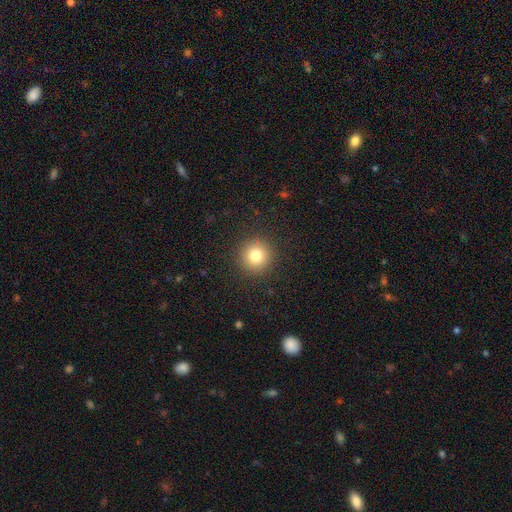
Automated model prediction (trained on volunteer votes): smooth_or_featured: smooth (p=0.80) [alt: star or artifact p=0.12]
how_rounded: round (p=0.95) [alt: in between p=0.04]
merging: none (p=0.92) [alt: minor disturbance p=0.05]